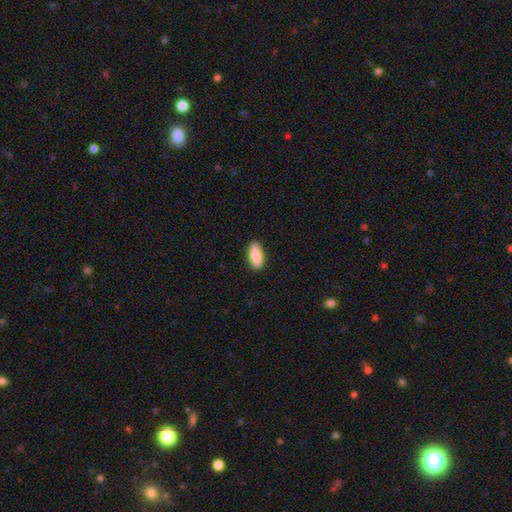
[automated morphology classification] type=smooth (86%); roundness=in between (81%); merging=none (88%).